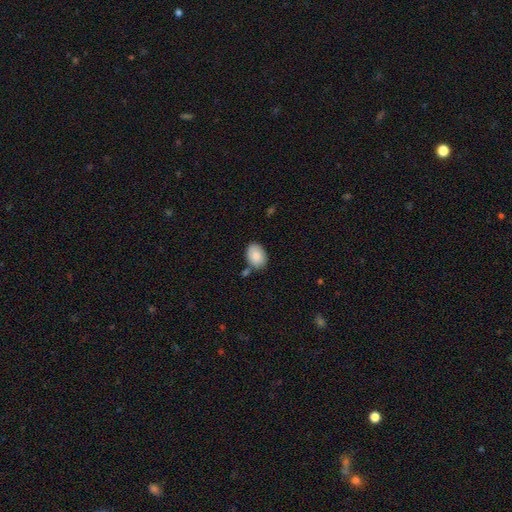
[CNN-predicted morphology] smooth 86%, featured or disk 7%, star or artifact 7%. Down the decision tree: how rounded — in between (78%); merging — none (73%).